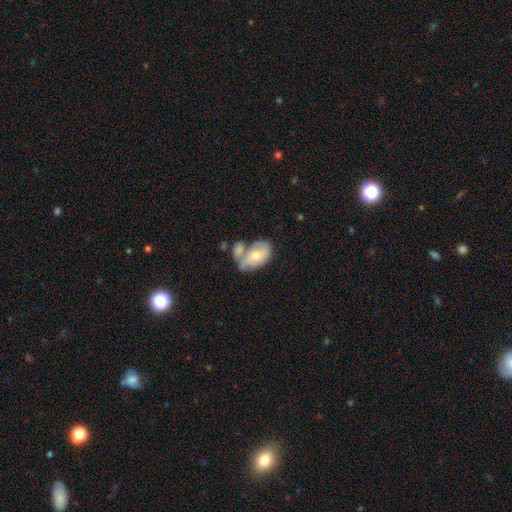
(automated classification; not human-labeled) Overall: smooth (48%; featured or disk 46%). Merging: merger (45%; none 26%).